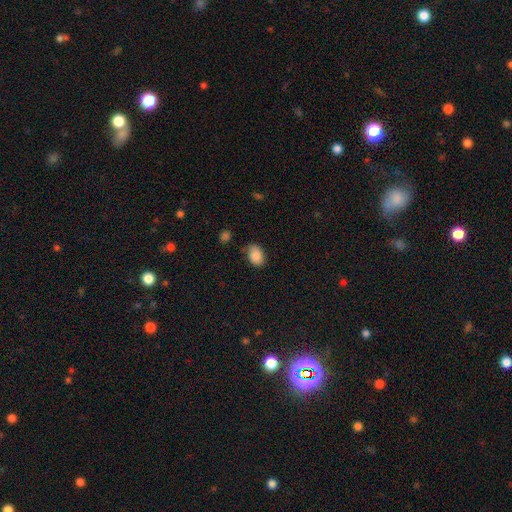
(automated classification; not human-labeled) Smooth or featured?
  - smooth: 86% *
  - star or artifact: 8%
  - featured or disk: 6%
How rounded?
  - in between: 80% *
  - round: 19%
  - cigar-shaped: 1%
Merging?
  - none: 70% *
  - minor disturbance: 23%
  - major disturbance: 5%
  - merger: 2%